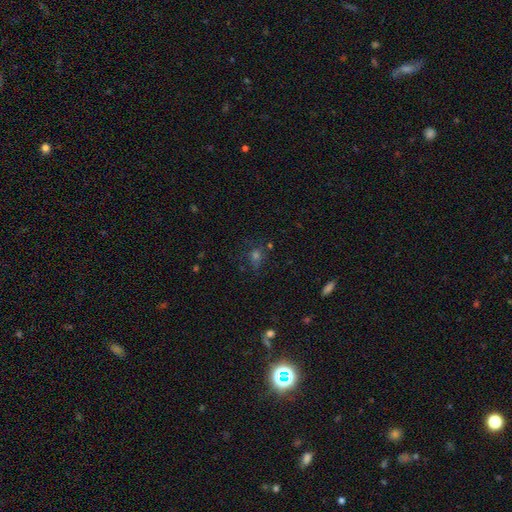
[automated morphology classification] Smooth or featured?
  - star or artifact: 42% *
  - smooth: 41%
  - featured or disk: 17%